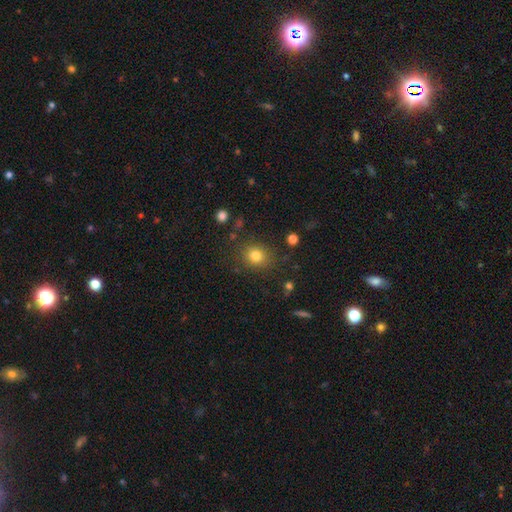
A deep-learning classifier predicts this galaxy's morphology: A smooth galaxy with no disk features (81%) that is round (77%).

Vote fractions:
- Smooth or featured? smooth: 81% / star or artifact: 12% / featured or disk: 7%
- How rounded? round: 77% / in between: 22% / cigar-shaped: 1%
- Merging? none: 83% / minor disturbance: 11% / major disturbance: 4% / merger: 3%